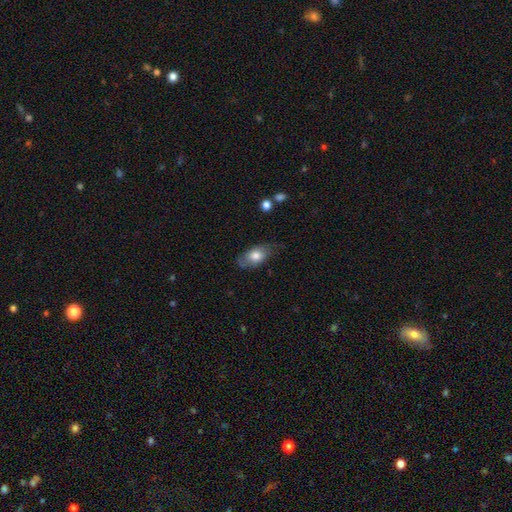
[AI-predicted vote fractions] This appears to be a smooth galaxy with no disk features (74%) that is in between round and cigar-shaped (87%). Merging: none (64%).